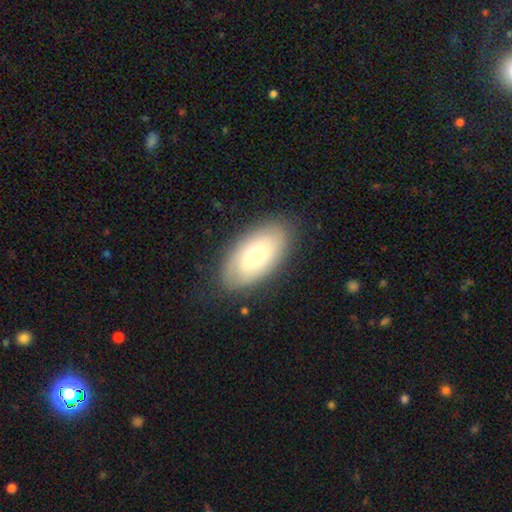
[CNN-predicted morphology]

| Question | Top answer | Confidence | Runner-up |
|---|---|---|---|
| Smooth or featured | smooth | 63% | featured or disk (30%) |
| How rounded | in between | 93% | round (4%) |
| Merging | none | 83% | minor disturbance (12%) |